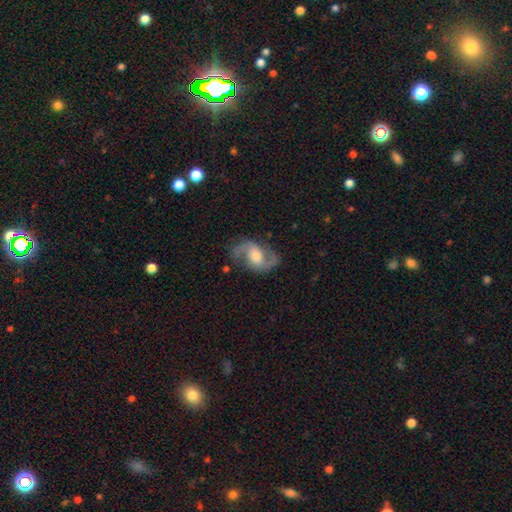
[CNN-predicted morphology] smooth_or_featured: featured or disk (p=0.86) [alt: smooth p=0.08]
disk_edge_on: no (p=0.97) [alt: yes p=0.03]
bar: no (p=0.44) [alt: weak p=0.42]
has_spiral_arms: yes (p=0.96) [alt: no p=0.04]
spiral_winding: medium (p=0.52) [alt: loose p=0.35]
spiral_arm_count: 2 (p=0.93) [alt: can't tell p=0.02]
bulge_size: moderate (p=0.59) [alt: small p=0.27]
merging: none (p=0.78) [alt: minor disturbance p=0.14]